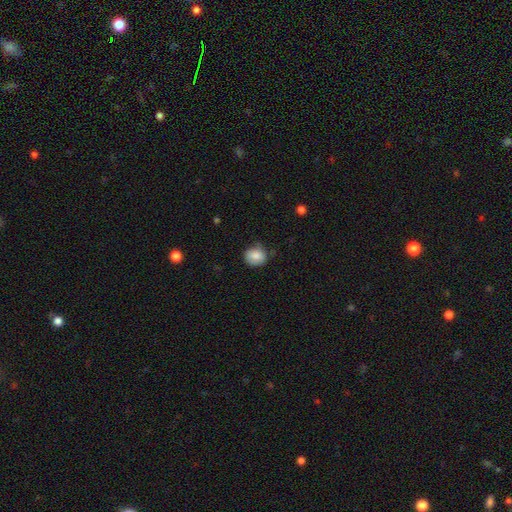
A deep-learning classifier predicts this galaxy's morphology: Smooth or featured: smooth — 84% (star or artifact — 8%)
How rounded: round — 72% (in between — 27%)
Merging: none — 68% (minor disturbance — 25%)